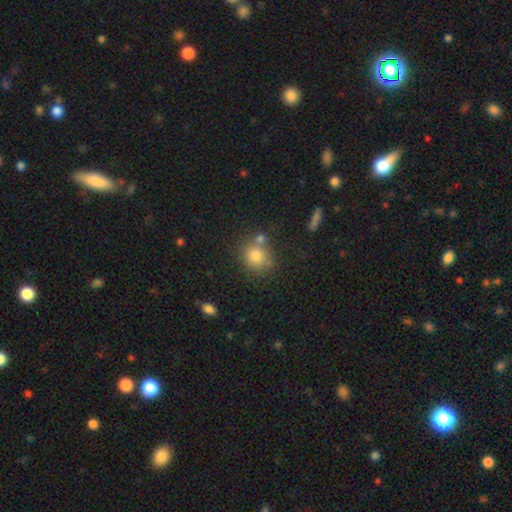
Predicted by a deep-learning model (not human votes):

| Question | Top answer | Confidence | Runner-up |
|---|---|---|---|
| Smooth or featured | smooth | 80% | star or artifact (11%) |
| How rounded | round | 77% | in between (22%) |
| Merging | none | 65% | merger (16%) |